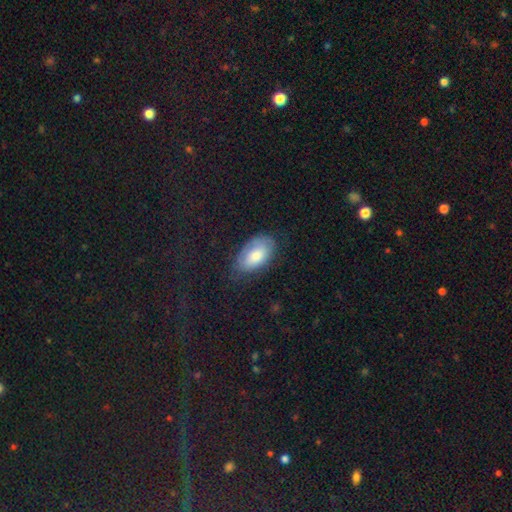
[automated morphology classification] smooth_or_featured: smooth (p=0.72) [alt: featured or disk p=0.20]
how_rounded: in between (p=0.94) [alt: round p=0.04]
merging: none (p=0.69) [alt: minor disturbance p=0.23]